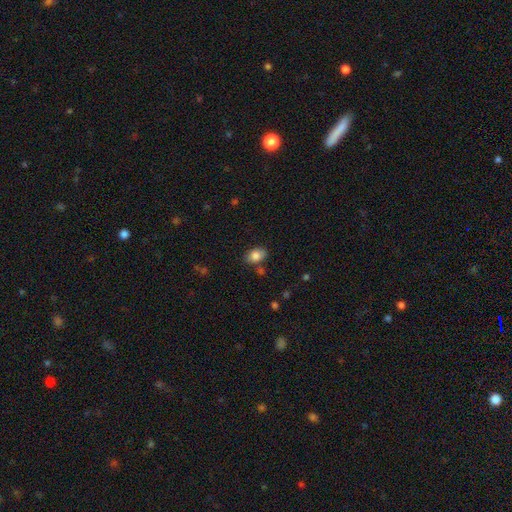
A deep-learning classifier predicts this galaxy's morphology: Q: Smooth or featured?
A: smooth (82%); runner-up: featured or disk (9%)
Q: How rounded?
A: in between (81%); runner-up: round (18%)
Q: Merging?
A: none (74%); runner-up: minor disturbance (15%)